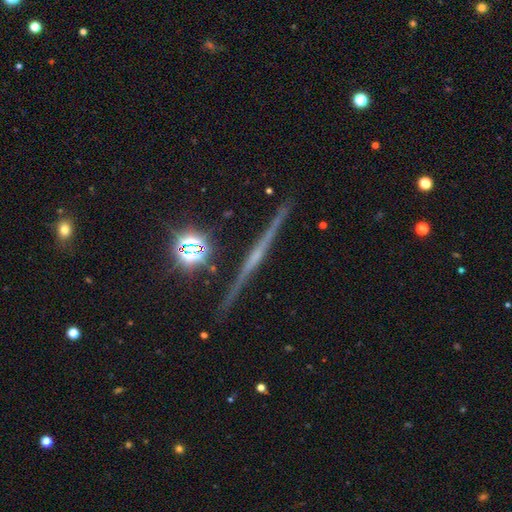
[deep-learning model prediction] Smooth or featured?
  - featured or disk: 78% *
  - smooth: 13%
  - star or artifact: 10%
Edge-on disk?
  - yes: 98% *
  - no: 2%
Edge-on bulge?
  - rounded: 48% *
  - none: 43%
  - boxy: 9%
Merging?
  - none: 91% *
  - minor disturbance: 6%
  - merger: 2%
  - major disturbance: 2%